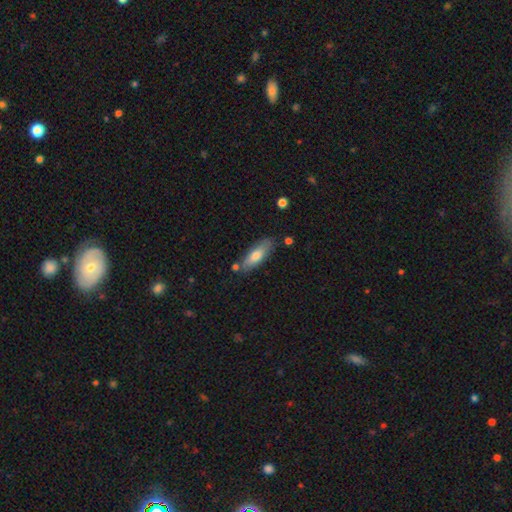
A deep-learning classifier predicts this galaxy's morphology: The model was most divided on "how rounded": in between: 56%, cigar-shaped: 42%, round: 2%. More confident: merging — none (77%); smooth or featured — smooth (71%).